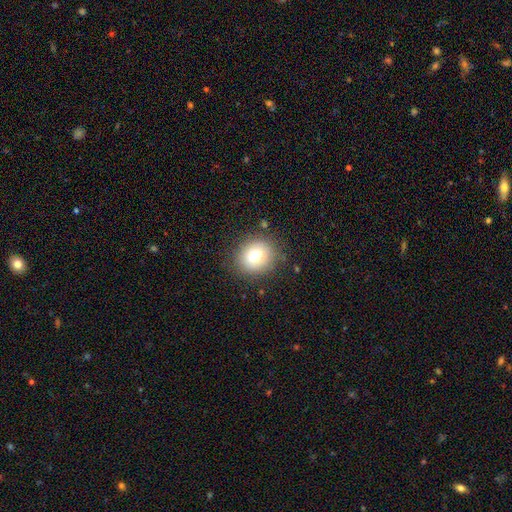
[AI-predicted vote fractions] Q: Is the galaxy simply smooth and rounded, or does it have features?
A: smooth — 71%.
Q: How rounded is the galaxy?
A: round — 67%.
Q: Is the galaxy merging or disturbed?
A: none — 82%.